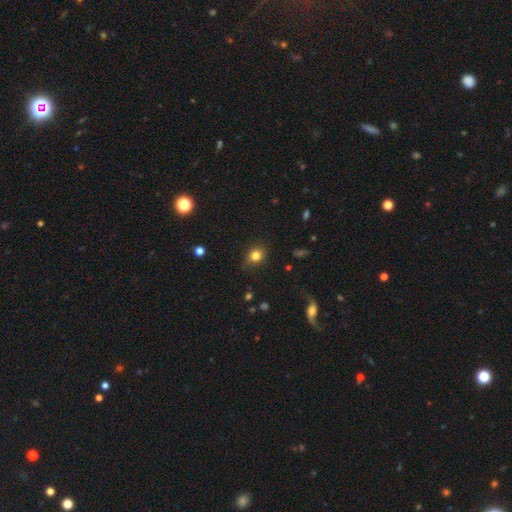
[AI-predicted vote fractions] smooth_or_featured: smooth (p=0.81) [alt: star or artifact p=0.12]
how_rounded: round (p=0.66) [alt: in between p=0.33]
merging: none (p=0.80) [alt: minor disturbance p=0.15]